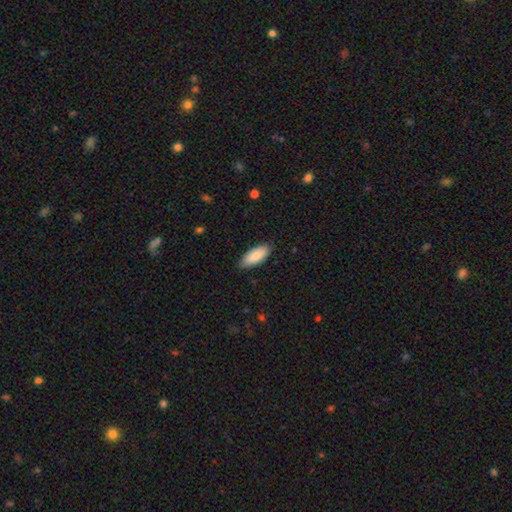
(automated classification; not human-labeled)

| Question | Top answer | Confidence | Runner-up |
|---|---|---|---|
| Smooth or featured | smooth | 86% | featured or disk (9%) |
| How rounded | in between | 81% | cigar-shaped (17%) |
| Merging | none | 87% | minor disturbance (10%) |